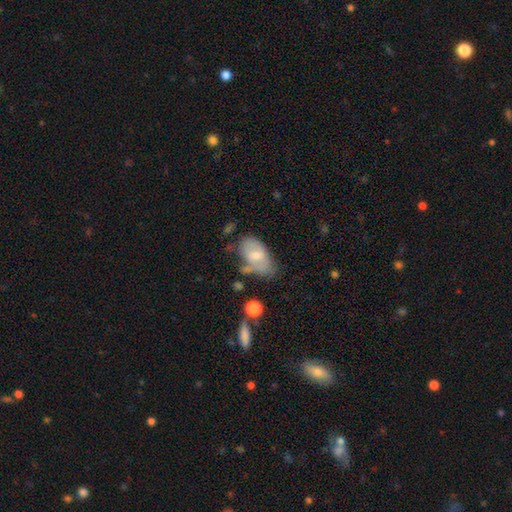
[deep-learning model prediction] smooth 58%, featured or disk 35%, star or artifact 7%. Down the decision tree: how rounded — in between (91%); merging — none (36%).